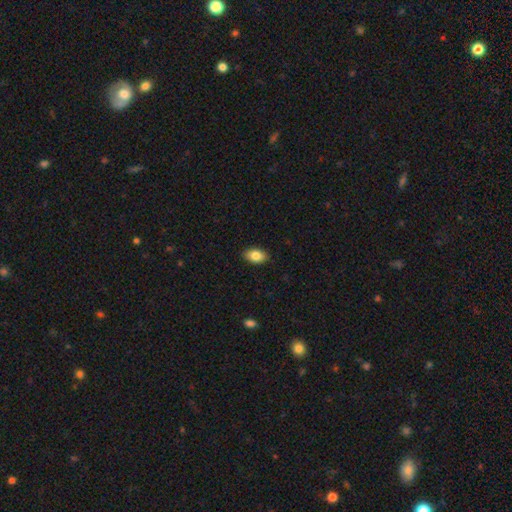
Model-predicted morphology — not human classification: A smooth galaxy with no disk features (85%) that is in between round and cigar-shaped (91%).

Vote fractions:
- Smooth or featured? smooth: 85% / featured or disk: 8% / star or artifact: 7%
- How rounded? in between: 91% / round: 7% / cigar-shaped: 2%
- Merging? none: 89% / minor disturbance: 8% / major disturbance: 2% / merger: 1%